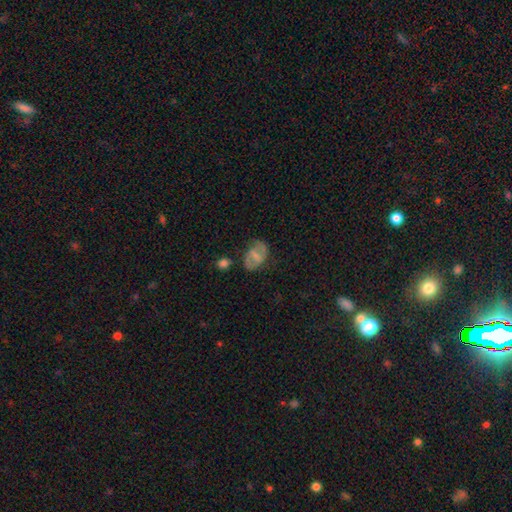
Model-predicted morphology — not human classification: A featured or disk galaxy (47%).

Vote fractions:
- Smooth or featured? featured or disk: 47% / smooth: 45% / star or artifact: 8%
- Merging? none: 62% / minor disturbance: 24% / major disturbance: 11% / merger: 4%